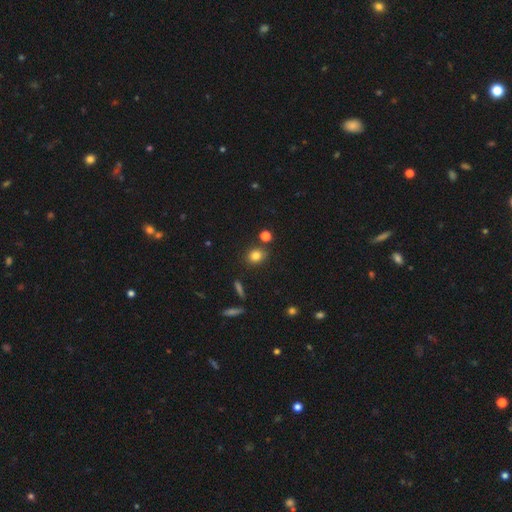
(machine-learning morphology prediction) This is clearly a smooth galaxy (81%). How rounded: likely round (63%). Merging: likely none (79%).